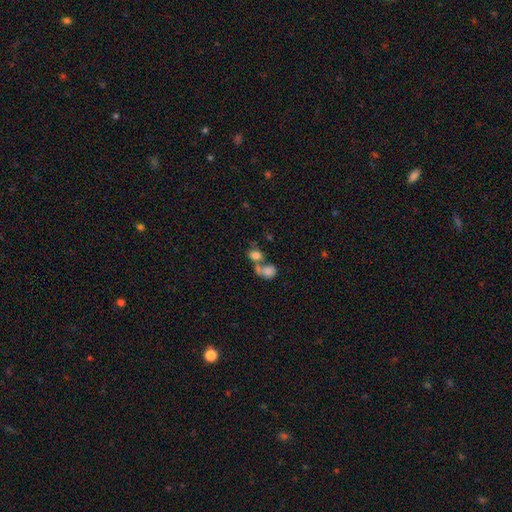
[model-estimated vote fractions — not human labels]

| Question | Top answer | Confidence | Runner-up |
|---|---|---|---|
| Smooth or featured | smooth | 75% | featured or disk (14%) |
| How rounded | round | 52% | in between (46%) |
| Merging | merger | 55% | none (29%) |